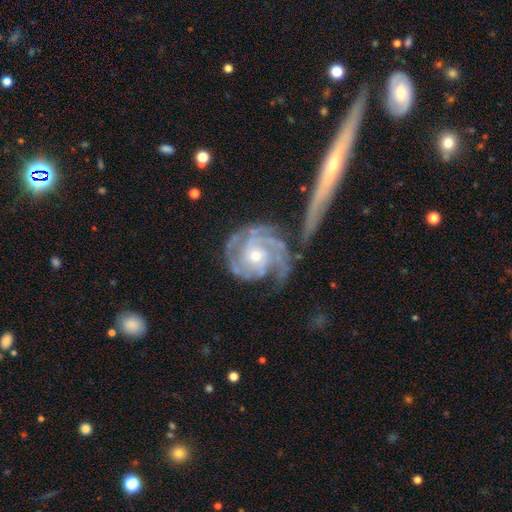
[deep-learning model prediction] featured or disk 89%, smooth 6%, star or artifact 5%. Down the decision tree: edge-on disk — no (97%); bar — no (71%); spiral arms — yes (97%); spiral arm count — 3 (33%); spiral winding — tight (66%); bulge size — small (51%); merging — none (51%).